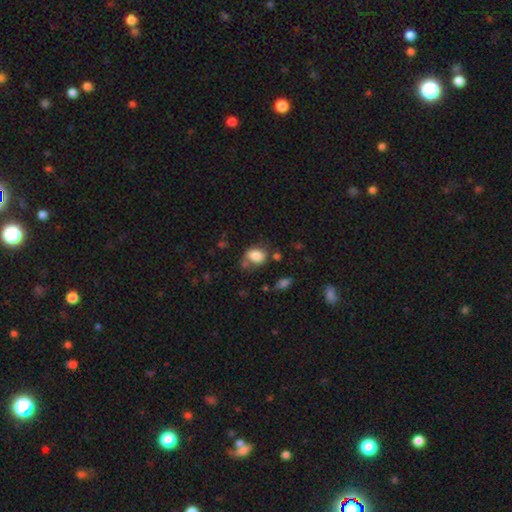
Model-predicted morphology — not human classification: This is clearly a smooth galaxy (81%). How rounded: likely in between (68%). Merging: possibly none (51%).